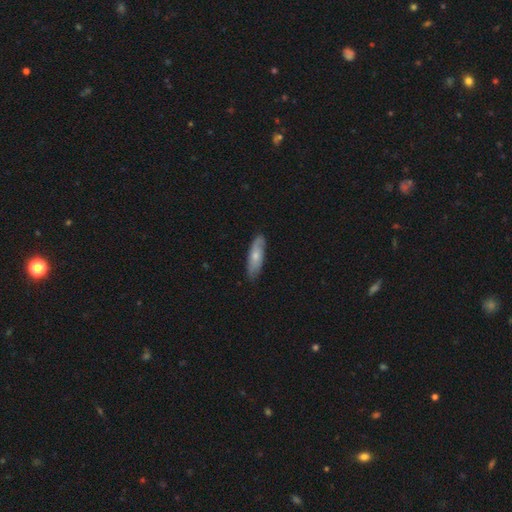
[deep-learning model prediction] Q: Smooth or featured?
A: smooth (60%); runner-up: featured or disk (35%)
Q: How rounded?
A: in between (52%); runner-up: cigar-shaped (46%)
Q: Merging?
A: none (82%); runner-up: minor disturbance (14%)